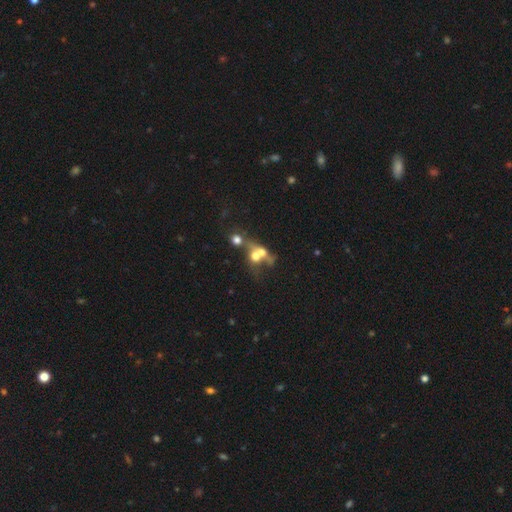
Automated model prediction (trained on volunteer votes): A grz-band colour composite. It shows a smooth galaxy with no disk features (52%) that is round (62%). Merging: merger (64%).